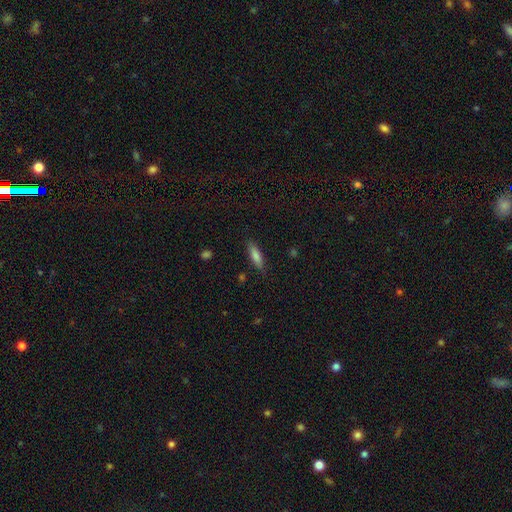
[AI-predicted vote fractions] smooth_or_featured: smooth (p=0.77) [alt: featured or disk p=0.16]
how_rounded: cigar-shaped (p=0.69) [alt: in between p=0.29]
merging: none (p=0.84) [alt: minor disturbance p=0.12]